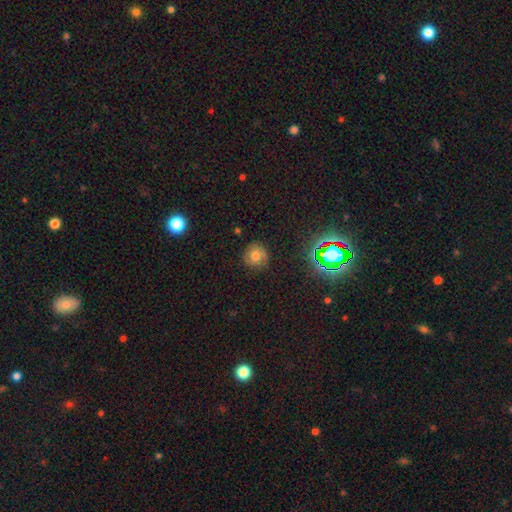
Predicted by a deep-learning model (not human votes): This is possibly a smooth galaxy (56%). How rounded: clearly round (89%). Merging: clearly none (81%).